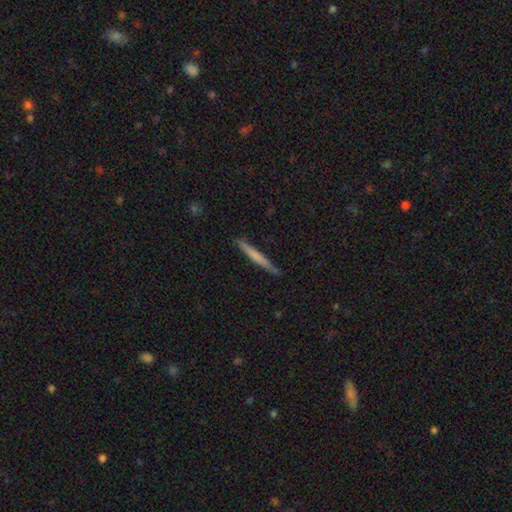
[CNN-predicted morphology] A smooth galaxy with no disk features (59%) that is cigar-shaped (96%). Merging: none (88%).